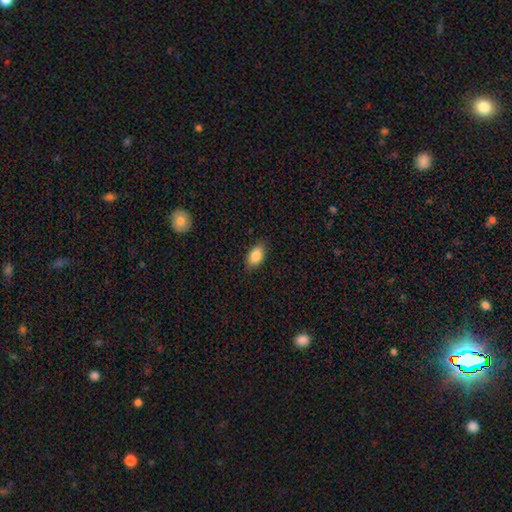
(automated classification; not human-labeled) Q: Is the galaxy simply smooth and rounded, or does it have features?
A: smooth — 86%.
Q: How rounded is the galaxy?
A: in between — 90%.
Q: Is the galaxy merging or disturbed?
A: none — 85%.